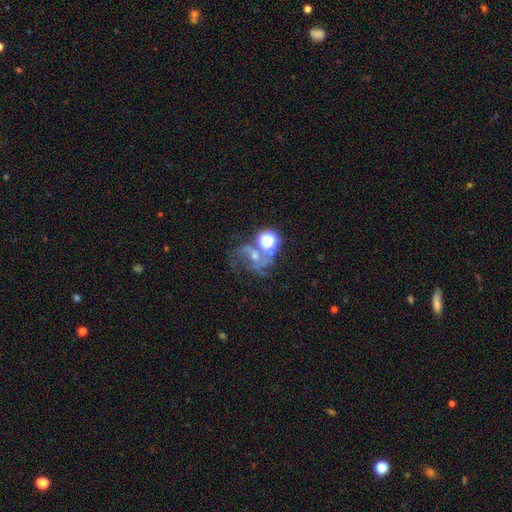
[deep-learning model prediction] Smooth or featured? Predicted: featured or disk (p=0.50). Edge-on disk? Predicted: no (p=0.97). Merging? Predicted: none (p=0.37).